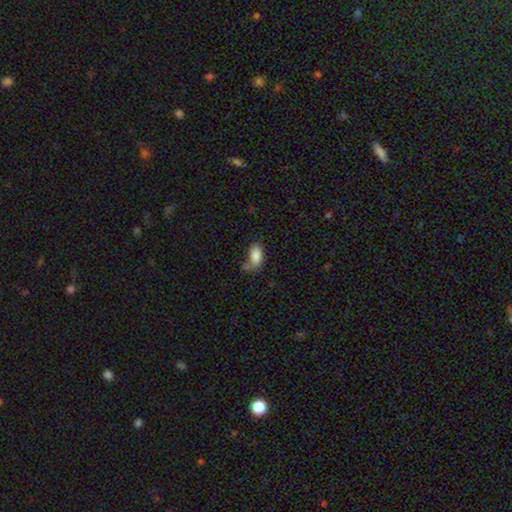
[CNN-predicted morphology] Overall: smooth (84%). How rounded: in between (92%). Merging: none (44%; minor disturbance 26%).